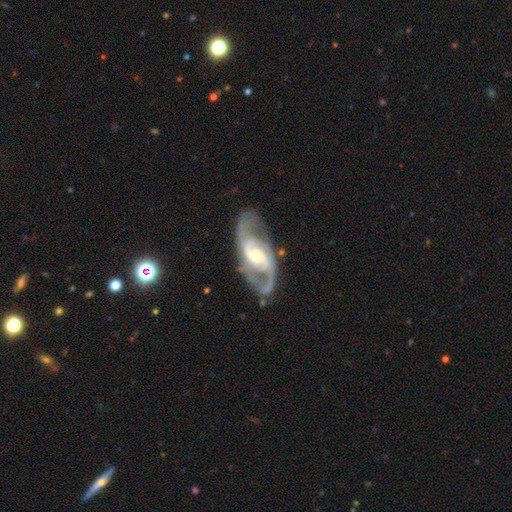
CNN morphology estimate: Smooth or featured? featured or disk (90%)
Edge-on disk? no (96%)
Bar? weak (40%)
Spiral arms? yes (96%)
Spiral winding? medium (52%)
Spiral arm count? 2 (89%)
Bulge size? small (47%)
Merging? none (70%)